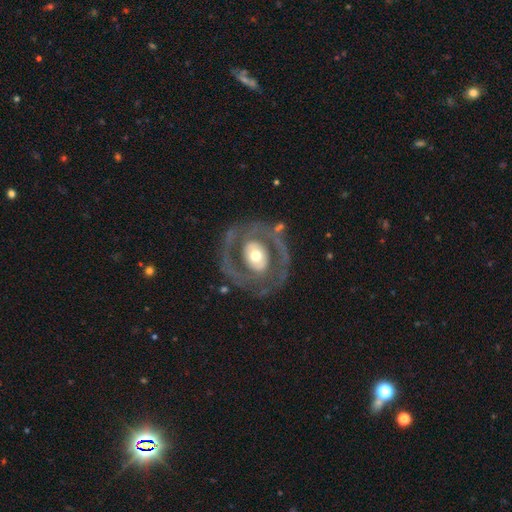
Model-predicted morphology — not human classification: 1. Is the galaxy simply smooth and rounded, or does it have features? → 76% featured or disk, 20% smooth, 5% star or artifact.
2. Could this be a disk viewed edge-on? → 96% no, 4% yes.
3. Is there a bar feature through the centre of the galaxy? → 65% no, 22% weak, 13% strong.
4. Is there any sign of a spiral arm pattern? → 58% yes, 42% no.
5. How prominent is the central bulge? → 62% moderate, 23% large, 12% small, 2% dominant, 1% none.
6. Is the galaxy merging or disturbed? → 71% none, 14% minor disturbance, 14% major disturbance, 2% merger.